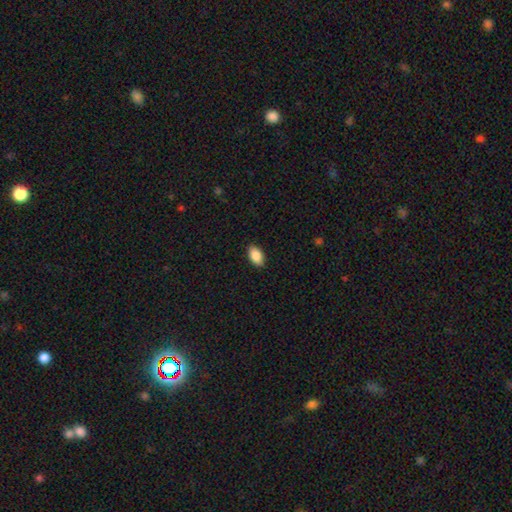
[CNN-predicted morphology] smooth-or-featured: smooth: 88% | star or artifact: 7% | featured or disk: 5%
  how-rounded: in between: 93% | round: 5% | cigar-shaped: 2%
  merging: none: 89% | minor disturbance: 9% | major disturbance: 2% | merger: 1%